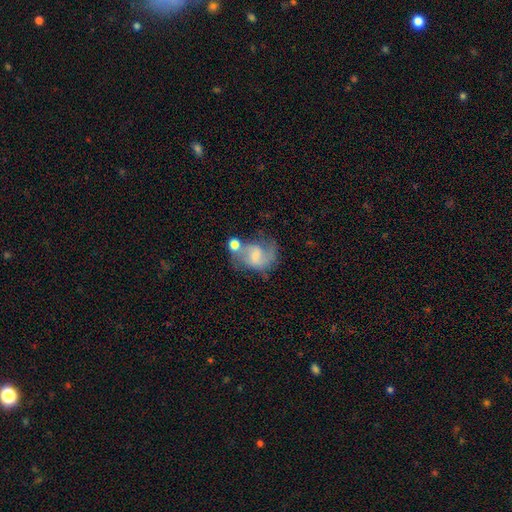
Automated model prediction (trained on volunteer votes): Smooth or featured? featured or disk (69%)
Edge-on disk? no (98%)
Bar? weak (53%)
Spiral arms? yes (88%)
Spiral winding? medium (45%)
Spiral arm count? 2 (79%)
Bulge size? small (45%)
Merging? none (41%)